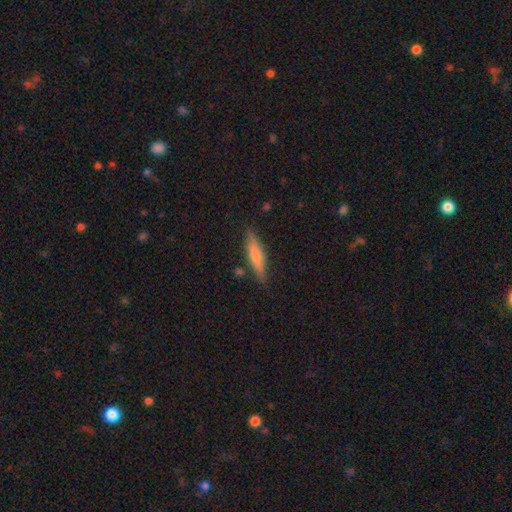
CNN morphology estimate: A smooth galaxy with no disk features (67%) that is cigar-shaped (78%). Merging: none (81%).